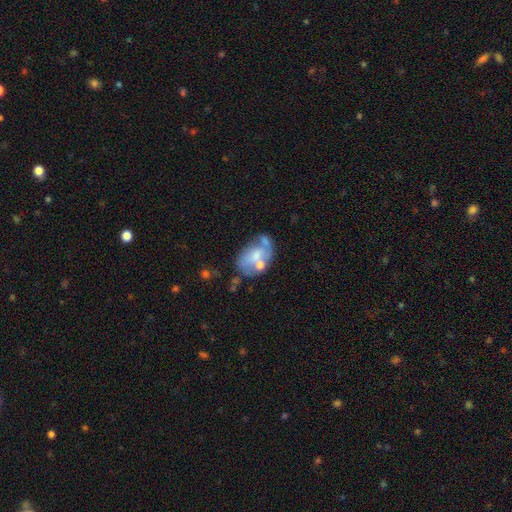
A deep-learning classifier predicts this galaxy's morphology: Overall: featured or disk (51%; smooth 40%). Edge-on disk: no (97%). Merging: none (37%; minor disturbance 23%).